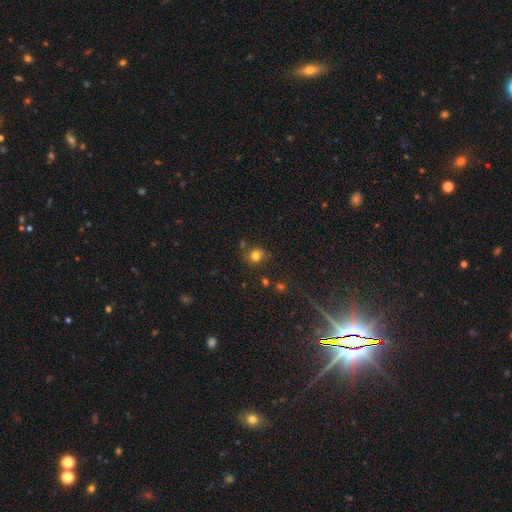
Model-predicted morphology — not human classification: This appears to be a smooth galaxy with no disk features (78%) that is round (80%). Merging: none (72%).